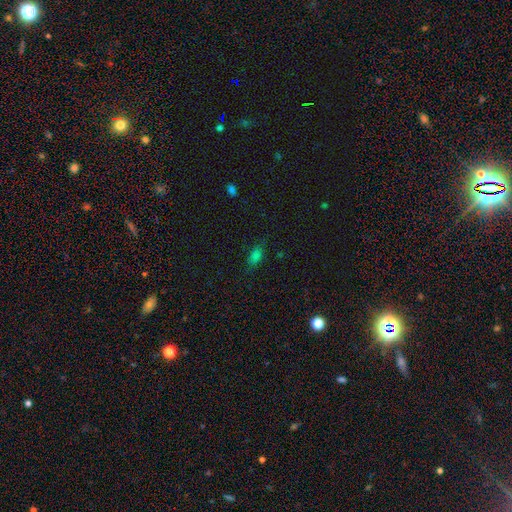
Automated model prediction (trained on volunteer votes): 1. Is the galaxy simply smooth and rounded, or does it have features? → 73% smooth, 18% star or artifact, 9% featured or disk.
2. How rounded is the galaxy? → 82% in between, 12% cigar-shaped, 6% round.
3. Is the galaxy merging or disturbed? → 73% none, 19% minor disturbance, 6% major disturbance, 2% merger.